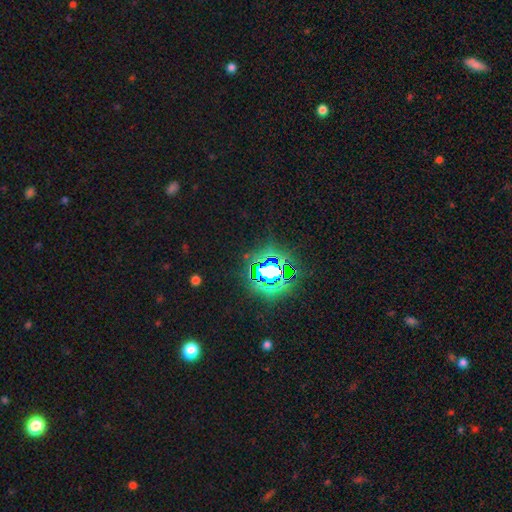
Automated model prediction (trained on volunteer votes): Smooth or featured?
  - star or artifact: 83% *
  - smooth: 11%
  - featured or disk: 7%